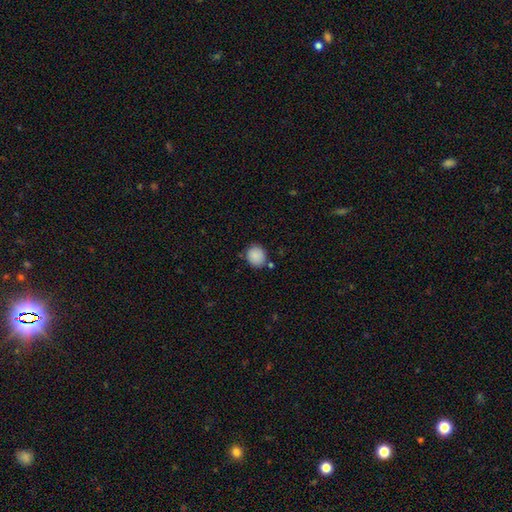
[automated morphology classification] The model was most divided on "how rounded": round: 78%, in between: 21%, cigar-shaped: 1%. More confident: smooth or featured — smooth (88%); merging — none (79%).